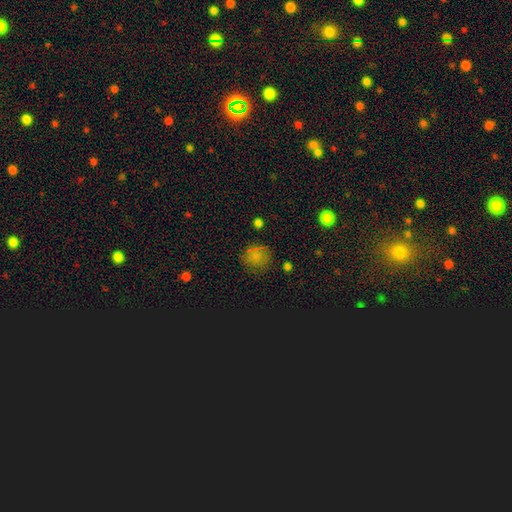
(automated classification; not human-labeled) Smooth or featured: smooth — 71% (star or artifact — 21%)
How rounded: round — 86% (in between — 13%)
Merging: none — 77% (minor disturbance — 16%)